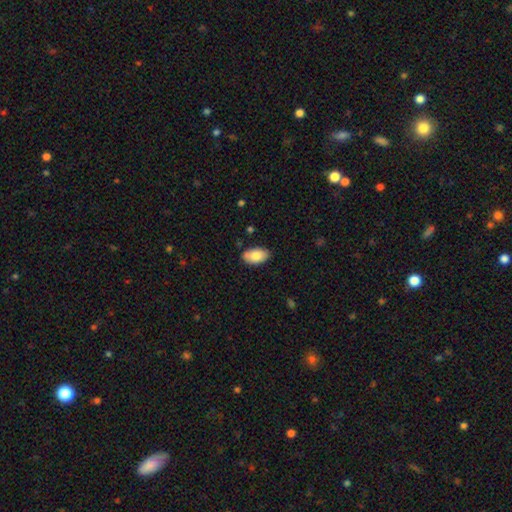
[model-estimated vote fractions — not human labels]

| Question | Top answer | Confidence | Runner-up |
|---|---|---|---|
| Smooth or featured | smooth | 81% | featured or disk (13%) |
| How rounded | in between | 94% | round (4%) |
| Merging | none | 84% | minor disturbance (13%) |